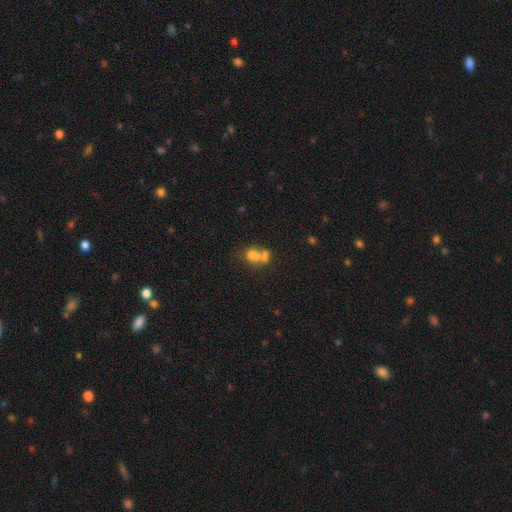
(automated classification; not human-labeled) Smooth or featured? Predicted: smooth (p=0.65). How rounded? Predicted: round (p=0.55). Merging? Predicted: merger (p=0.58).